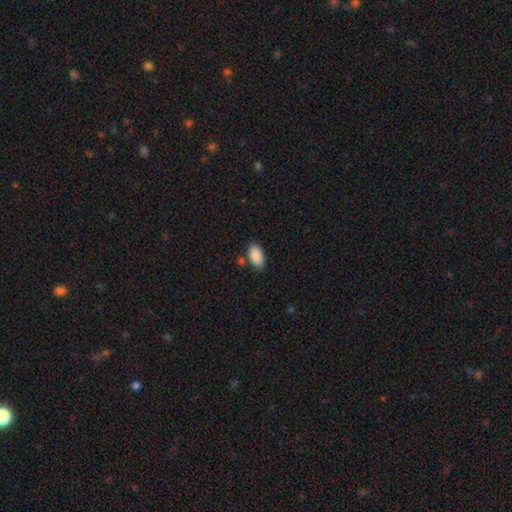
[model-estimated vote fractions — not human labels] This appears to be a smooth galaxy with no disk features (89%) that is in between round and cigar-shaped (94%). Merging: none (78%).